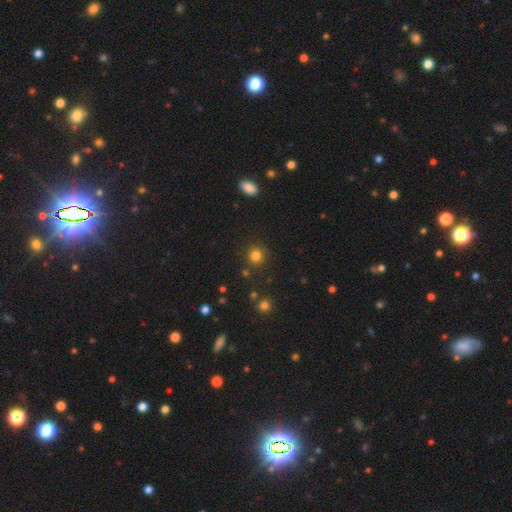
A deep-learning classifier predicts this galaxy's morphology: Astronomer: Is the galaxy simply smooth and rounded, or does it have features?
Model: smooth — 82%.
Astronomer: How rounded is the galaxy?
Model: round — 91%.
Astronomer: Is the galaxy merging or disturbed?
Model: none — 86%.